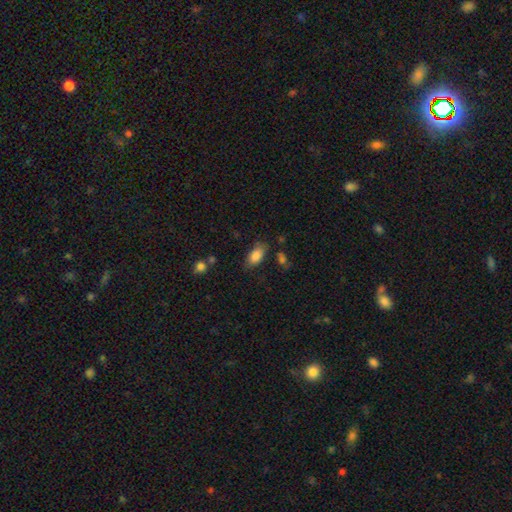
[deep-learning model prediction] Smooth or featured? smooth (85%)
How rounded? in between (90%)
Merging? none (75%)